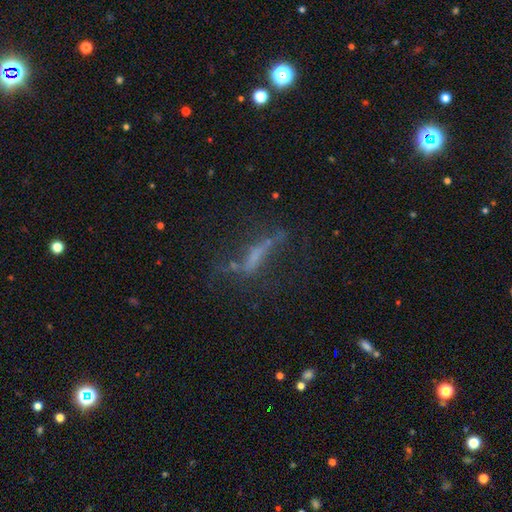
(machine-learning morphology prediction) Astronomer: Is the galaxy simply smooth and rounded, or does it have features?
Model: featured or disk — 54%.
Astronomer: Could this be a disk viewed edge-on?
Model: no — 54% (runner-up: yes, 46%).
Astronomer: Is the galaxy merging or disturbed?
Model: none — 50% (runner-up: major disturbance, 26%).